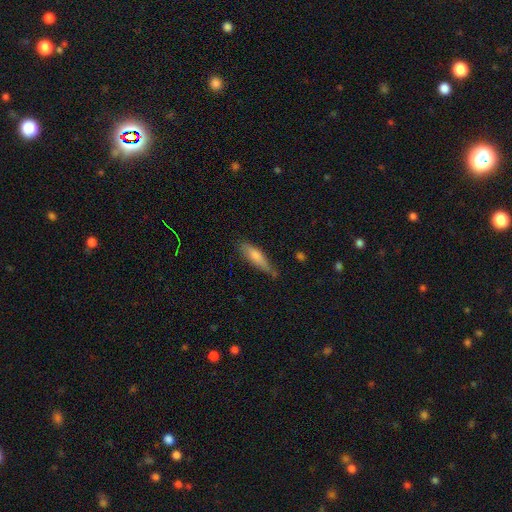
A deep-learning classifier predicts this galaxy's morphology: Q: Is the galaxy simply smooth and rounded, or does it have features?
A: smooth — 71%.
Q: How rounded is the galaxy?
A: cigar-shaped — 70%.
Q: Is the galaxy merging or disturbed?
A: none — 63%.